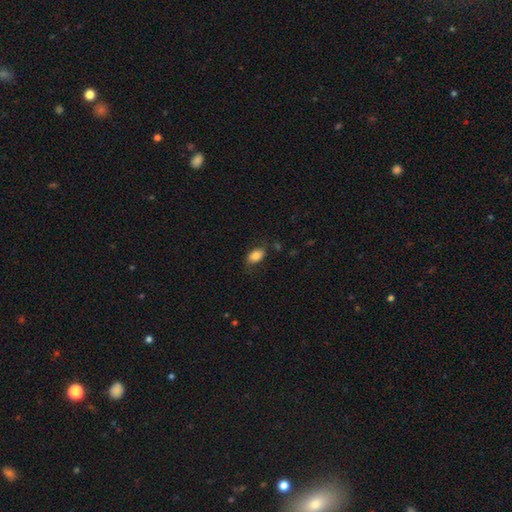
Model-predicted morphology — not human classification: smooth-or-featured: smooth: 81% | featured or disk: 12% | star or artifact: 8%
  how-rounded: in between: 89% | round: 9% | cigar-shaped: 2%
  merging: none: 70% | minor disturbance: 21% | major disturbance: 7% | merger: 2%